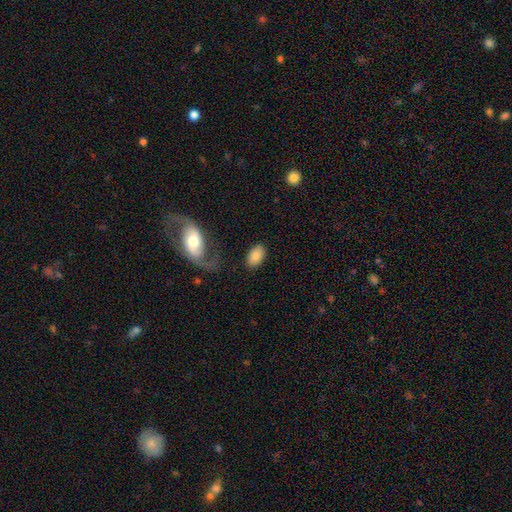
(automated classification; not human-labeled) Q: Smooth or featured?
A: smooth (82%); runner-up: featured or disk (11%)
Q: How rounded?
A: in between (92%); runner-up: round (6%)
Q: Merging?
A: none (79%); runner-up: minor disturbance (11%)